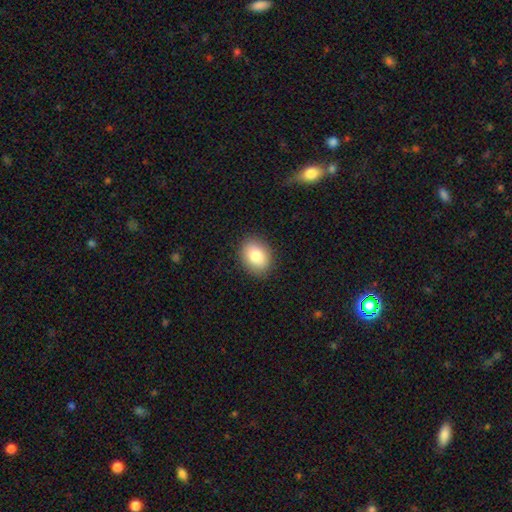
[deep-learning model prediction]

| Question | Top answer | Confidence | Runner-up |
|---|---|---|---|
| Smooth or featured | smooth | 83% | featured or disk (10%) |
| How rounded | in between | 66% | round (33%) |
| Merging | none | 89% | minor disturbance (8%) |